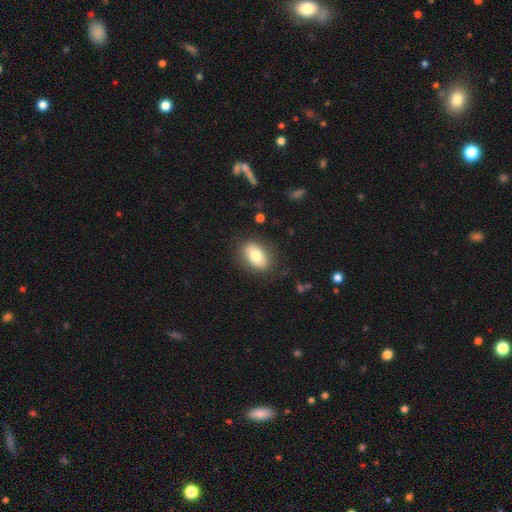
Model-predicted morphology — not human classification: Smooth or featured? smooth (76%)
How rounded? in between (85%)
Merging? none (83%)